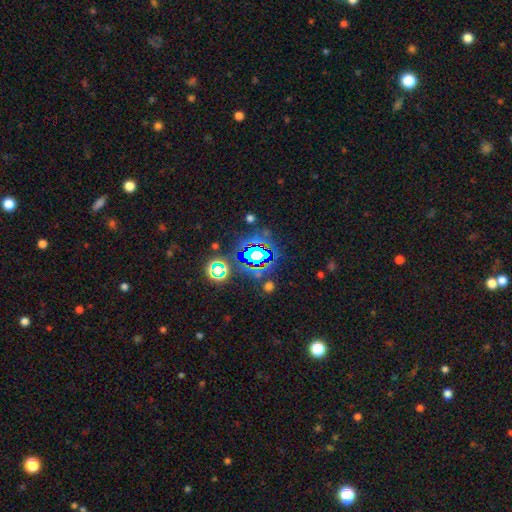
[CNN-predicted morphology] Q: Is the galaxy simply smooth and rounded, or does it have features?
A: star or artifact — 71%.